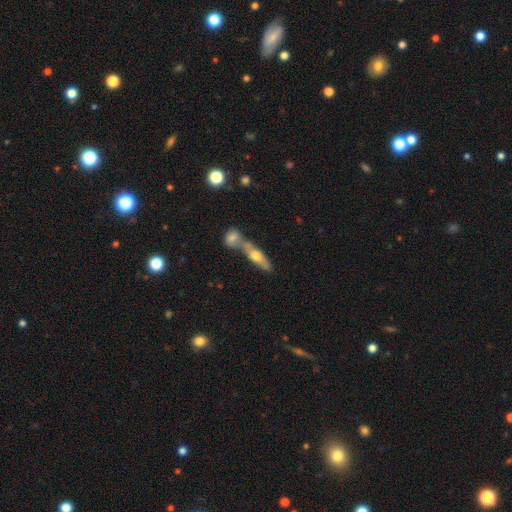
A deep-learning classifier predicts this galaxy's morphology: smooth_or_featured: smooth (p=0.51) [alt: featured or disk p=0.42]
how_rounded: cigar-shaped (p=0.58) [alt: in between p=0.38]
merging: merger (p=0.48) [alt: none p=0.39]